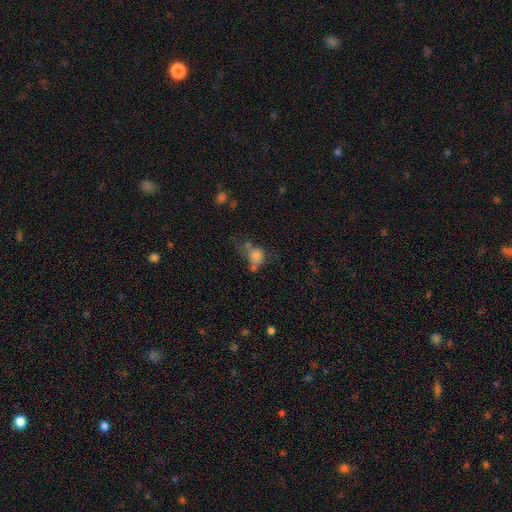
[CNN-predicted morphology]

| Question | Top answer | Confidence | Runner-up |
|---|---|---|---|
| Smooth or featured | smooth | 71% | featured or disk (15%) |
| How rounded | round | 54% | in between (44%) |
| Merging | none | 30% | merger (25%) |